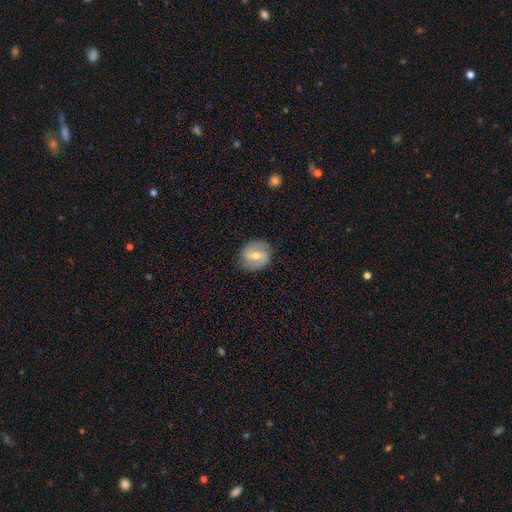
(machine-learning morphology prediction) featured or disk 59%, smooth 35%, star or artifact 7%. Down the decision tree: edge-on disk — no (97%); bar — weak (49%); spiral arms — yes (81%); bulge size — moderate (59%); merging — none (83%).